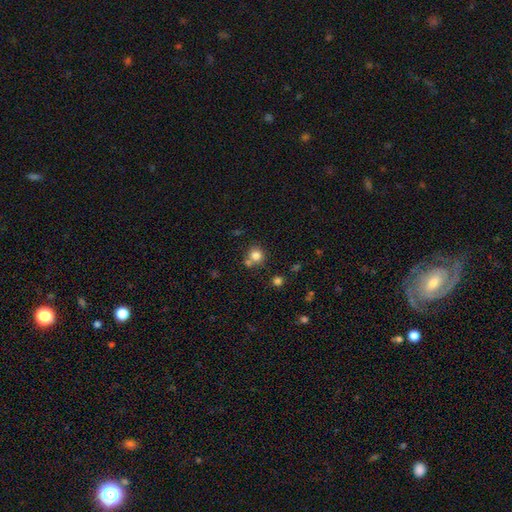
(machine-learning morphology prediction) Overall: smooth (81%). How rounded: round (89%). Merging: none (62%; merger 26%).